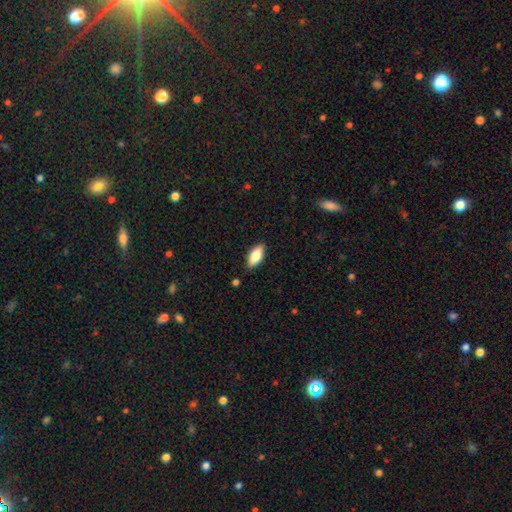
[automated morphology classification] Smooth or featured? smooth (76%)
How rounded? in between (86%)
Merging? none (87%)